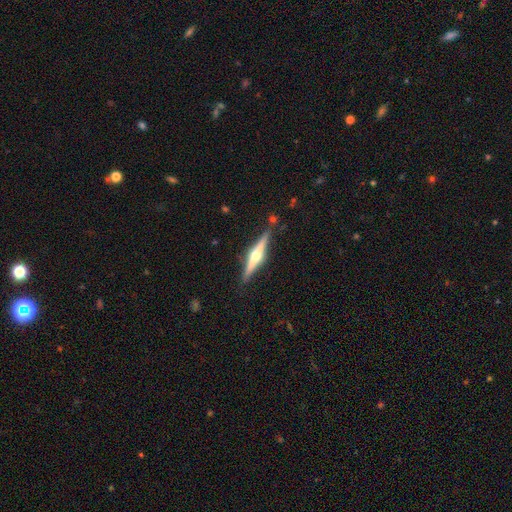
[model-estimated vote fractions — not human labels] This is likely a featured or disk galaxy (77%). It is clearly viewed edge-on (98%). Edge-on bulge: clearly rounded (94%). Merging: clearly none (87%).